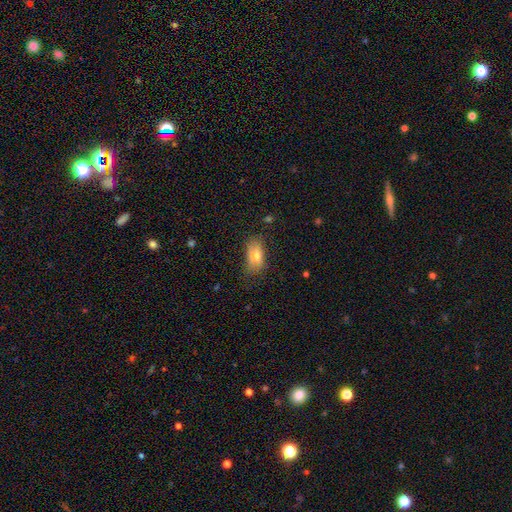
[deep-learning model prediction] Smooth or featured?
  - smooth: 76% *
  - featured or disk: 16%
  - star or artifact: 9%
How rounded?
  - in between: 89% *
  - round: 6%
  - cigar-shaped: 5%
Merging?
  - none: 61% *
  - minor disturbance: 28%
  - major disturbance: 9%
  - merger: 2%